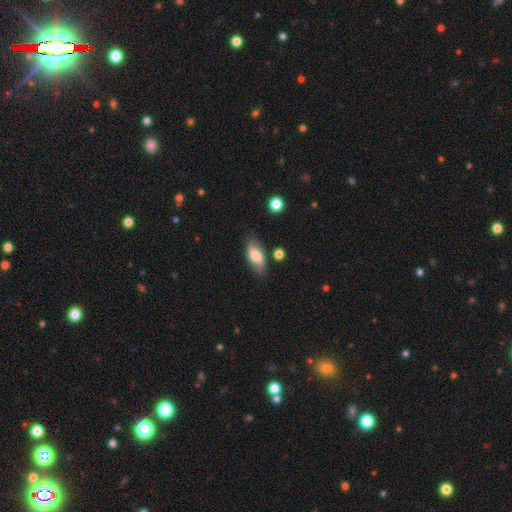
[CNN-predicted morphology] The model was most divided on "smooth or featured": smooth: 65%, featured or disk: 27%, star or artifact: 7%. More confident: how rounded — in between (86%); merging — none (74%).